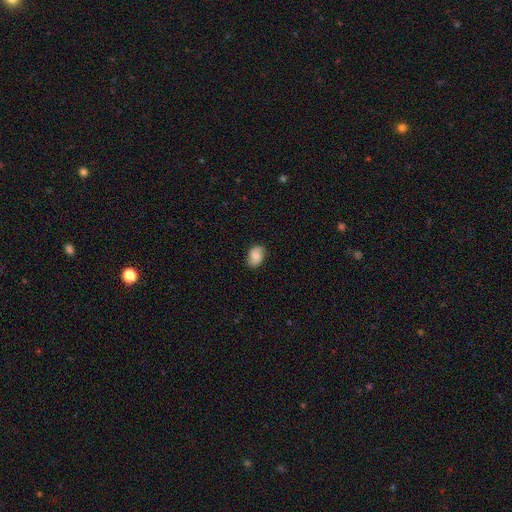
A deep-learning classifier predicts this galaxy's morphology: Smooth or featured? Predicted: smooth (p=0.73). How rounded? Predicted: in between (p=0.80). Merging? Predicted: none (p=0.81).